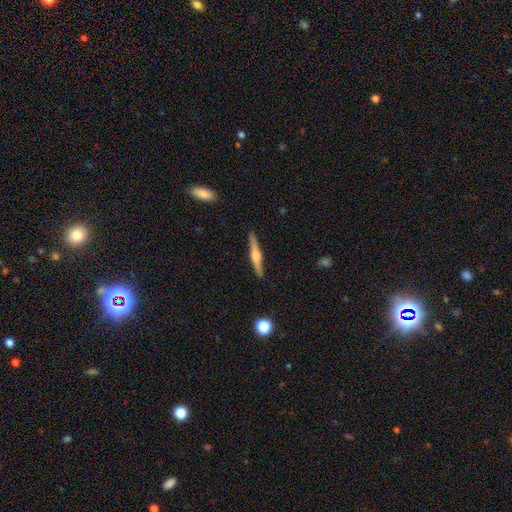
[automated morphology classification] This appears to be a featured or disk galaxy (70%) viewed edge-on (98%) with a rounded central bulge (88%). Merging: none (90%).